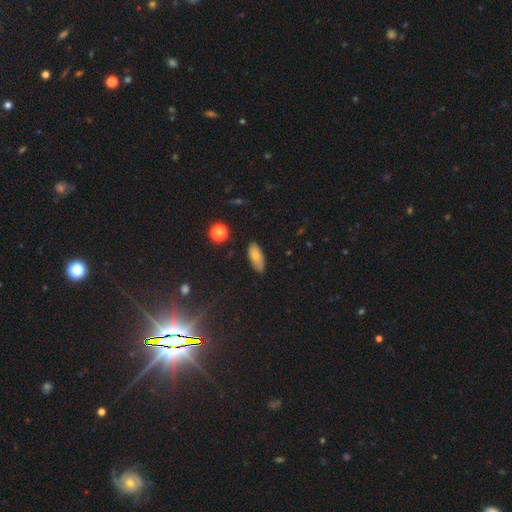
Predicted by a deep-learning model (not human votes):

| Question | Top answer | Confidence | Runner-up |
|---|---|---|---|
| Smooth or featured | smooth | 75% | featured or disk (16%) |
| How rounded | in between | 84% | cigar-shaped (12%) |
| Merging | none | 79% | minor disturbance (17%) |